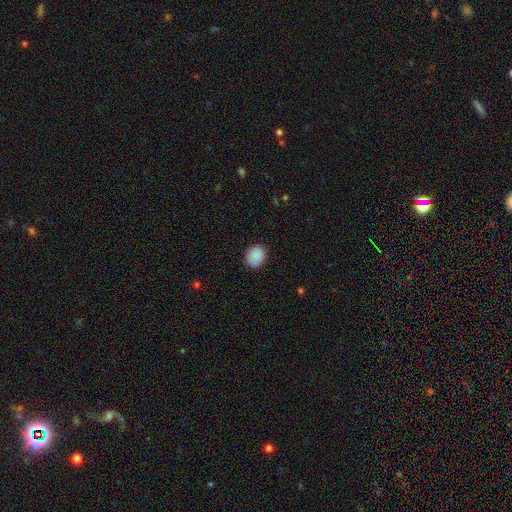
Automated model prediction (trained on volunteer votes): Smooth or featured? smooth (89%)
How rounded? round (69%)
Merging? none (85%)